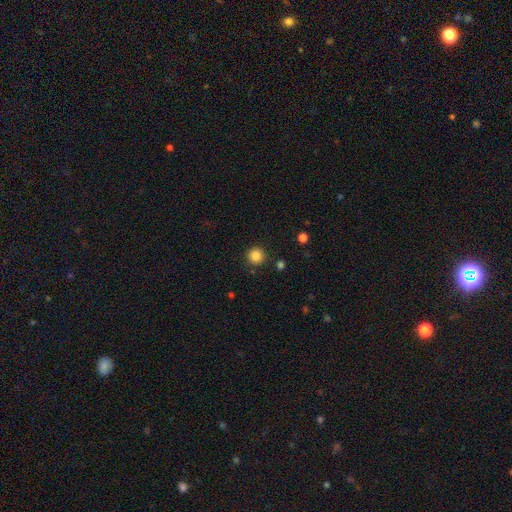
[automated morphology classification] Q: Smooth or featured?
A: smooth (86%); runner-up: star or artifact (11%)
Q: How rounded?
A: round (95%); runner-up: in between (4%)
Q: Merging?
A: none (90%); runner-up: minor disturbance (6%)